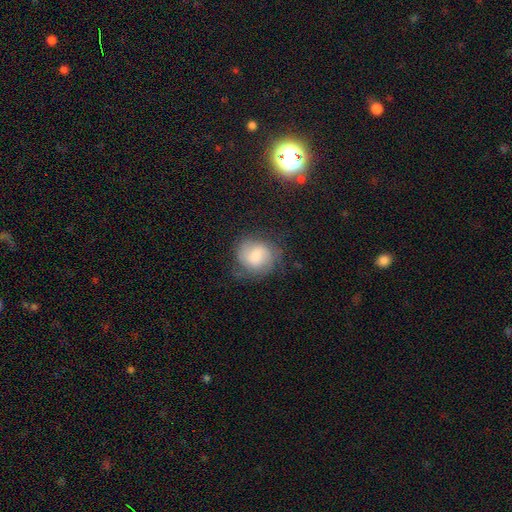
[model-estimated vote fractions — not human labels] Smooth or featured?
  - smooth: 48% *
  - featured or disk: 43%
  - star or artifact: 9%
Merging?
  - none: 65% *
  - minor disturbance: 22%
  - major disturbance: 12%
  - merger: 2%